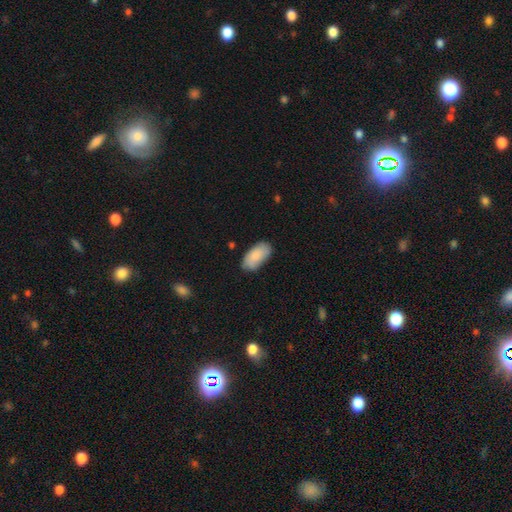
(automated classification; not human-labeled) The model was most divided on "merging": none: 81%, minor disturbance: 15%, major disturbance: 3%, merger: 1%. More confident: how rounded — in between (94%); smooth or featured — smooth (86%).